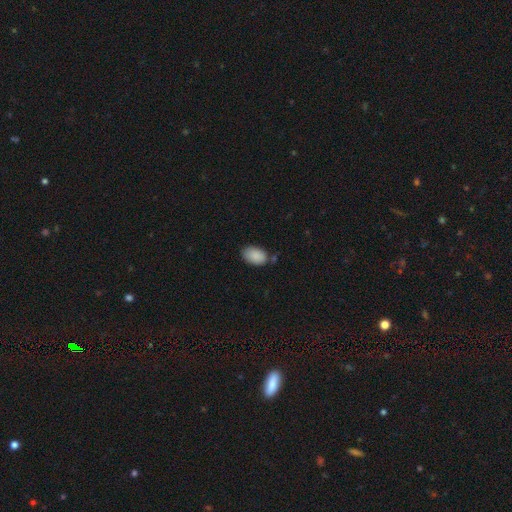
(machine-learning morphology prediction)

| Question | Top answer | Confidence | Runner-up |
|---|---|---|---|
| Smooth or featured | smooth | 89% | star or artifact (7%) |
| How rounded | in between | 91% | round (8%) |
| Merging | none | 72% | minor disturbance (19%) |